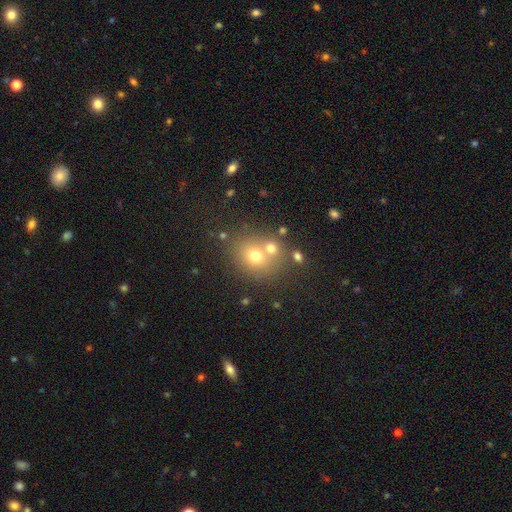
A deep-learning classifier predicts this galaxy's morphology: A smooth galaxy with no disk features (68%) that is round (69%). Merging: none (53%).